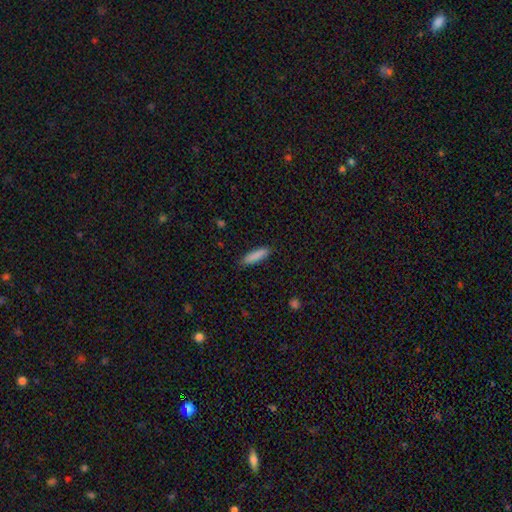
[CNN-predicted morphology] Smooth or featured?
  - smooth: 87% *
  - featured or disk: 6%
  - star or artifact: 6%
How rounded?
  - cigar-shaped: 71% *
  - in between: 28%
  - round: 1%
Merging?
  - none: 87% *
  - minor disturbance: 10%
  - major disturbance: 2%
  - merger: 1%